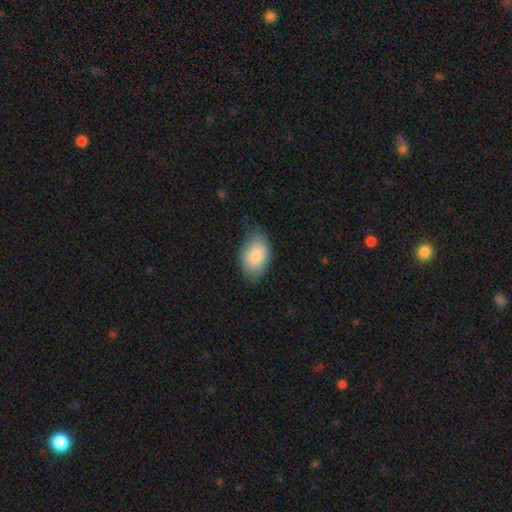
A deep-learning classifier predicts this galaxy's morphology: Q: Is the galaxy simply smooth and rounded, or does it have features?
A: smooth — 82%.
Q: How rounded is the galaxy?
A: in between — 88%.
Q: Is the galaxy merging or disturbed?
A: none — 59%.